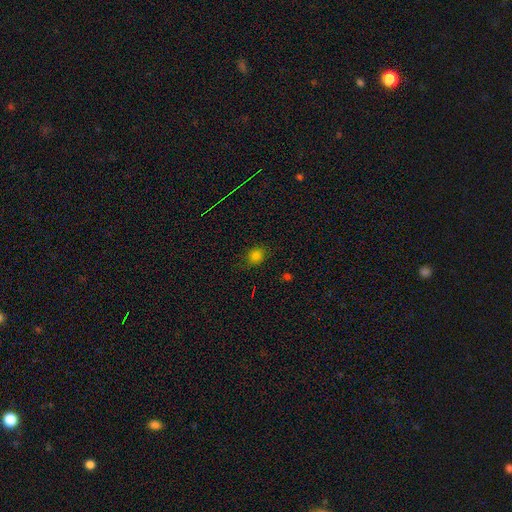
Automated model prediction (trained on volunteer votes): smooth-or-featured: smooth: 78% | star or artifact: 17% | featured or disk: 5%
  how-rounded: round: 64% | in between: 34% | cigar-shaped: 1%
  merging: none: 79% | minor disturbance: 16% | major disturbance: 4% | merger: 1%